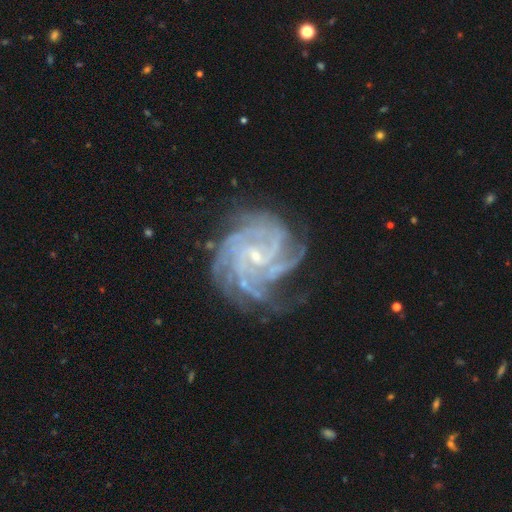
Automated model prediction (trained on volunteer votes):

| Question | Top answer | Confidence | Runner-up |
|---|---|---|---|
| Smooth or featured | featured or disk | 90% | star or artifact (6%) |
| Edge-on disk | no | 98% | yes (2%) |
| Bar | weak | 43% | tied: no (43%) |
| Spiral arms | yes | 98% | no (2%) |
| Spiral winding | tight | 67% | medium (28%) |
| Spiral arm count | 4 | 31% | more than 4 (23%) |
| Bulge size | small | 80% | moderate (15%) |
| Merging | none | 68% | minor disturbance (19%) |